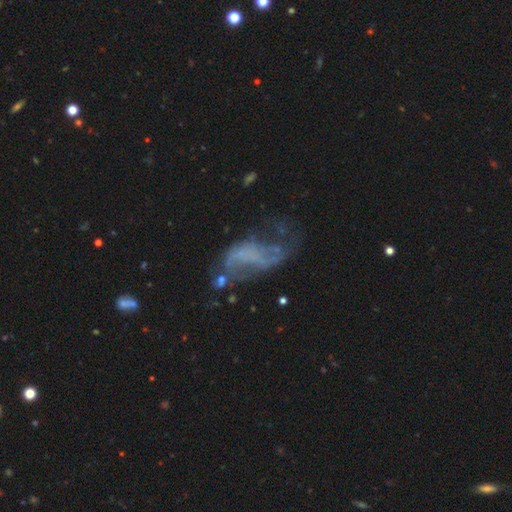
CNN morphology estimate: Smooth or featured?
  - featured or disk: 63% *
  - smooth: 22%
  - star or artifact: 15%
Edge-on disk?
  - no: 96% *
  - yes: 4%
Bar?
  - no: 73% *
  - weak: 19%
  - strong: 8%
Spiral arms?
  - no: 59% *
  - yes: 41%
Bulge size?
  - none: 76% *
  - small: 14%
  - moderate: 6%
  - large: 3%
  - dominant: 1%
Merging?
  - major disturbance: 42% *
  - none: 29%
  - minor disturbance: 19%
  - merger: 10%